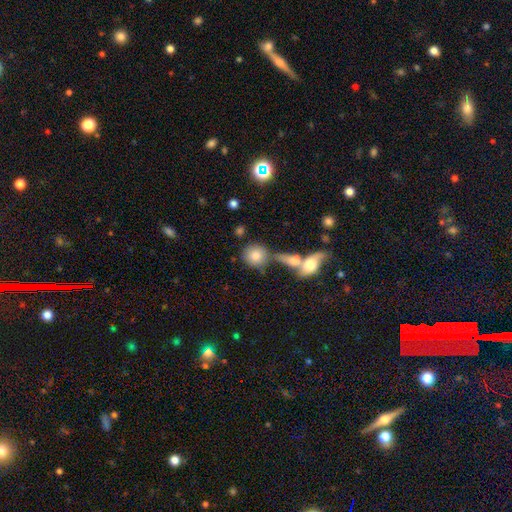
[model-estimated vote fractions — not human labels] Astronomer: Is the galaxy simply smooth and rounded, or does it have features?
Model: smooth — 80%.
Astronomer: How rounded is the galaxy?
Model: round — 76%.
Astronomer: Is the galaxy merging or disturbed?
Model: none — 50% (runner-up: merger, 34%).